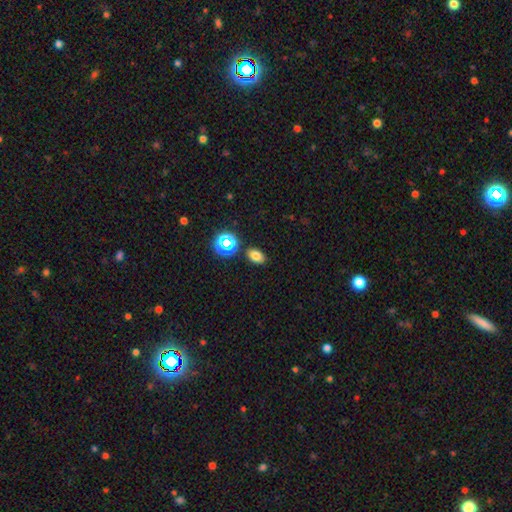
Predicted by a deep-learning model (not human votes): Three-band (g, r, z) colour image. It shows a smooth galaxy with no disk features (75%) that is in between round and cigar-shaped (84%). Merging: none (84%).